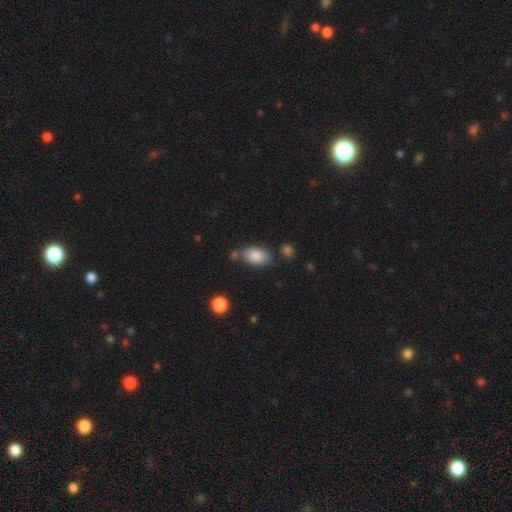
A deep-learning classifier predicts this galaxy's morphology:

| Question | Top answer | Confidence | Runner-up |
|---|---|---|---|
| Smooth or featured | smooth | 85% | star or artifact (7%) |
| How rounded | in between | 91% | round (6%) |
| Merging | none | 65% | minor disturbance (18%) |